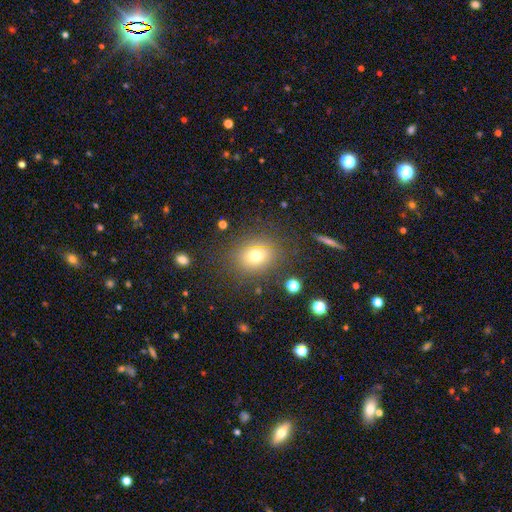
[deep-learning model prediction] Overall: smooth (70%). How rounded: round (59%; in between 39%). Merging: none (80%).